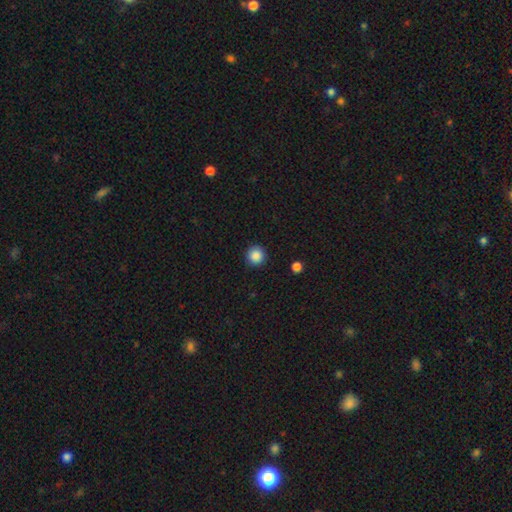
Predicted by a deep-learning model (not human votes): Smooth or featured? smooth (87%)
How rounded? round (96%)
Merging? none (92%)